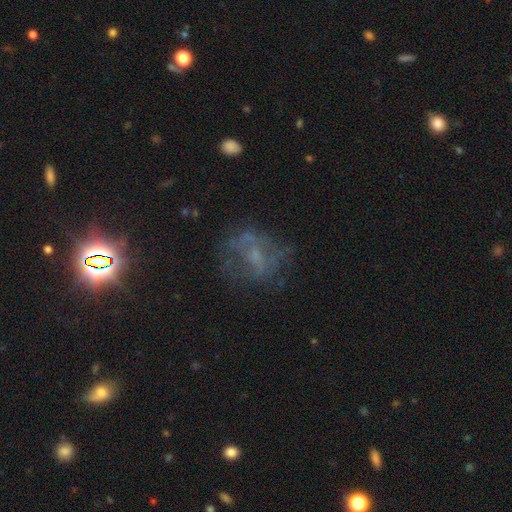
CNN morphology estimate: smooth_or_featured: featured or disk (p=0.49) [alt: smooth p=0.26]
merging: none (p=0.56) [alt: major disturbance p=0.22]